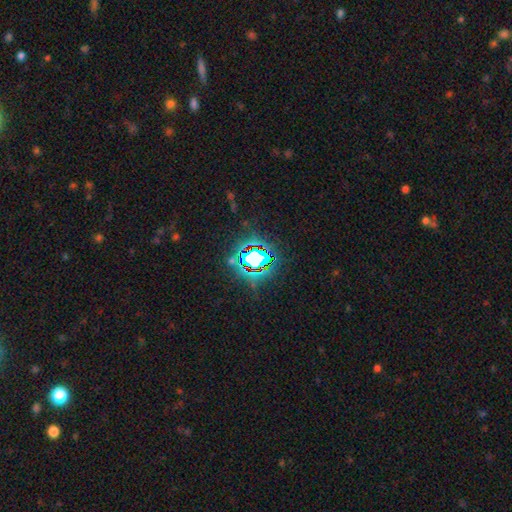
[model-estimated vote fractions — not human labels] Smooth or featured? star or artifact (75%)